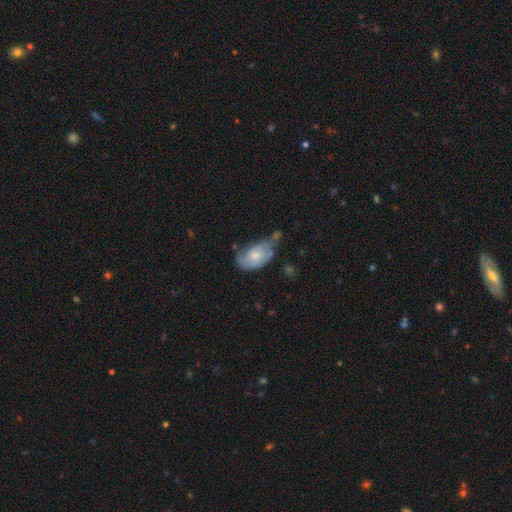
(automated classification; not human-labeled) smooth-or-featured: smooth: 54% | featured or disk: 39% | star or artifact: 7%
  how-rounded: in between: 91% | round: 6% | cigar-shaped: 3%
  merging: minor disturbance: 37% | none: 30% | major disturbance: 21% | merger: 12%